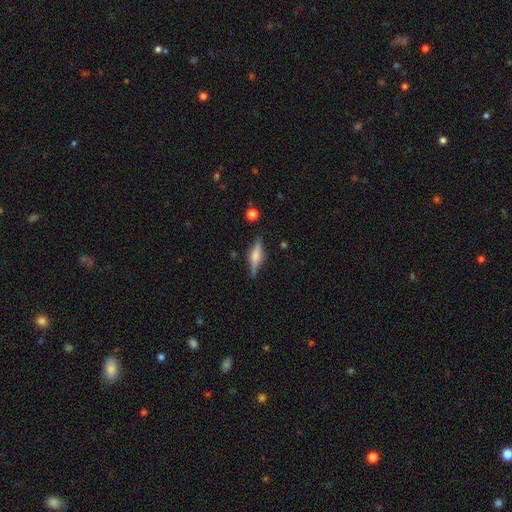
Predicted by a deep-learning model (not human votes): Smooth or featured? featured or disk (58%)
Edge-on disk? yes (96%)
Edge-on bulge? rounded (68%)
Merging? none (83%)